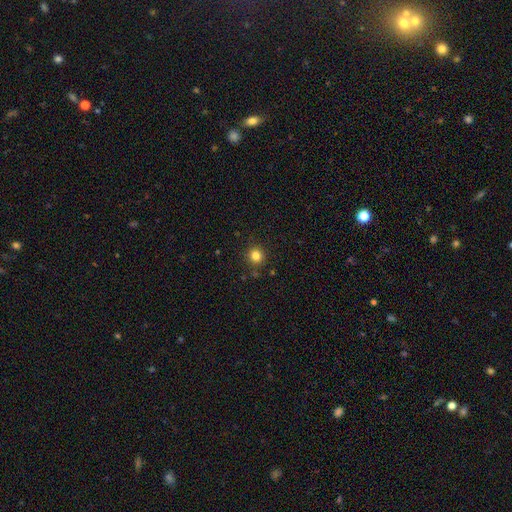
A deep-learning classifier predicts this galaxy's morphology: Q: Smooth or featured?
A: smooth (82%); runner-up: star or artifact (13%)
Q: How rounded?
A: round (92%); runner-up: in between (7%)
Q: Merging?
A: none (88%); runner-up: minor disturbance (7%)